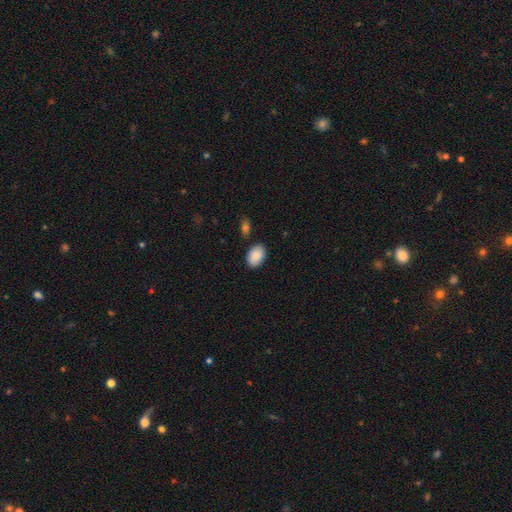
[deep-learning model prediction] Smooth or featured: smooth — 90% (star or artifact — 6%)
How rounded: in between — 88% (round — 11%)
Merging: none — 83% (minor disturbance — 11%)